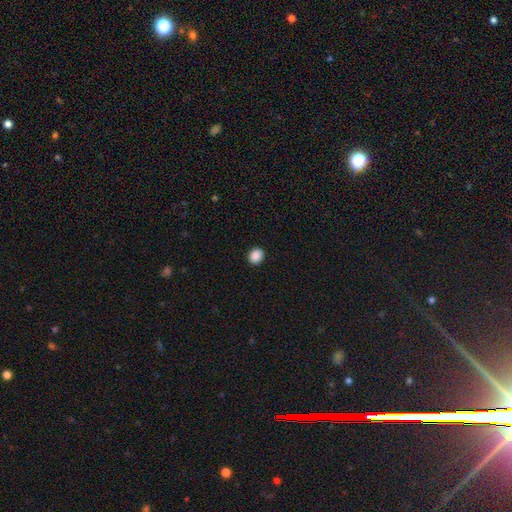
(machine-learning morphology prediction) Smooth or featured? smooth (89%)
How rounded? round (72%)
Merging? none (92%)